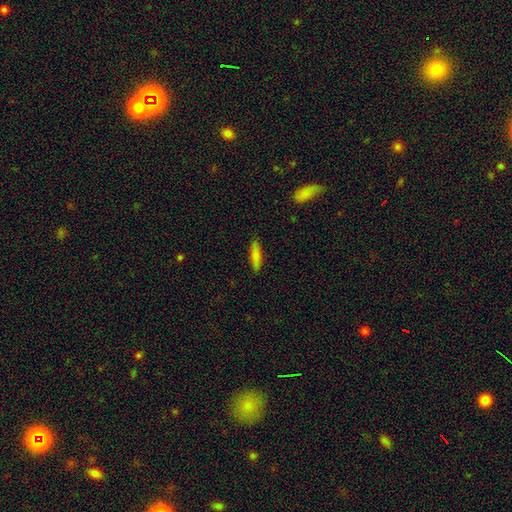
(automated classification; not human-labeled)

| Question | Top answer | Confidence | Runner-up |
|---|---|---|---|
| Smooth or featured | smooth | 81% | featured or disk (12%) |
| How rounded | cigar-shaped | 67% | in between (31%) |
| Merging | none | 88% | minor disturbance (9%) |